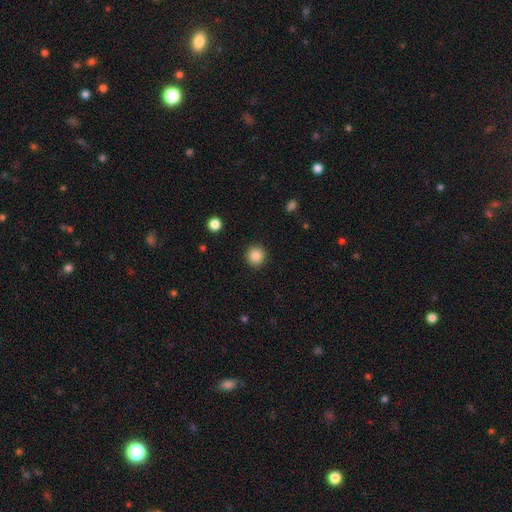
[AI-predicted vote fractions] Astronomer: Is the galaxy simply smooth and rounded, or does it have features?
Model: smooth — 86%.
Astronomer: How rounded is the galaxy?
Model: round — 94%.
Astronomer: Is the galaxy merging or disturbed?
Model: none — 92%.